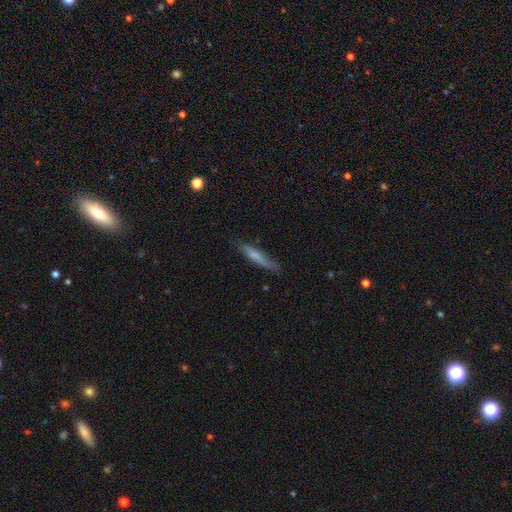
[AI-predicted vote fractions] Smooth or featured? smooth (70%)
How rounded? cigar-shaped (91%)
Merging? none (79%)